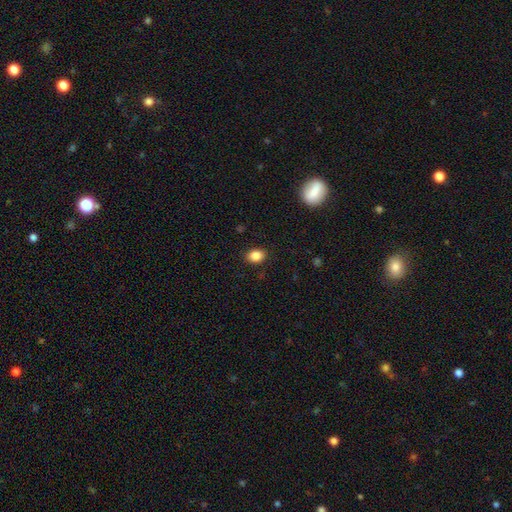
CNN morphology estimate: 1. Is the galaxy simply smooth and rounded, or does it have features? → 86% smooth, 9% star or artifact, 4% featured or disk.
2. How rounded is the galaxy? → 63% in between, 36% round, 1% cigar-shaped.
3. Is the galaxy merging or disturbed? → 88% none, 8% minor disturbance, 2% major disturbance, 1% merger.